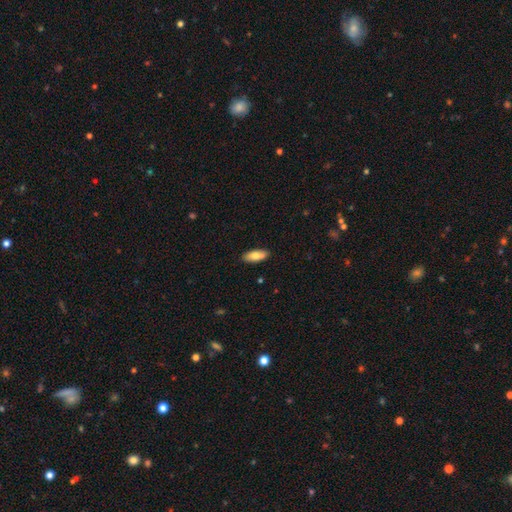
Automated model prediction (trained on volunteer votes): This is likely a smooth galaxy (75%). How rounded: likely in between (80%). Merging: clearly none (88%).